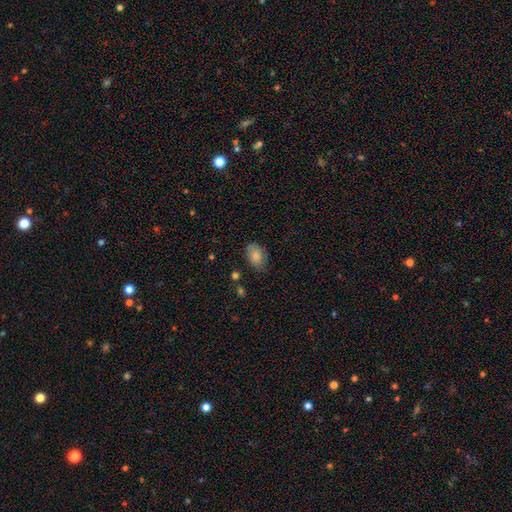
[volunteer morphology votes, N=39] smooth 82%, featured or disk 13%, star or artifact 5%. Down the decision tree: how rounded — in between (75%); merging — none (70%).